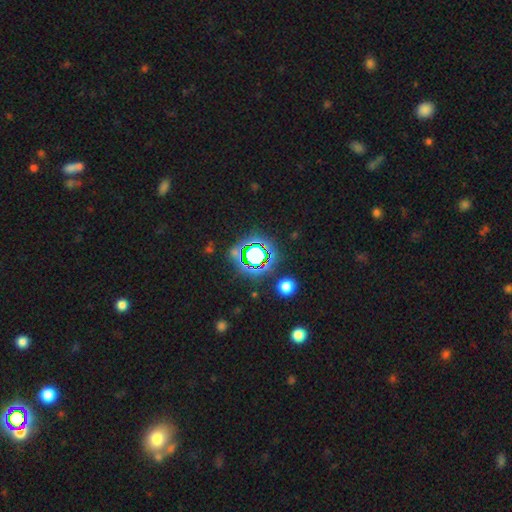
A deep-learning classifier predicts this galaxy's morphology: smooth_or_featured: star or artifact (p=0.63) [alt: smooth p=0.25]